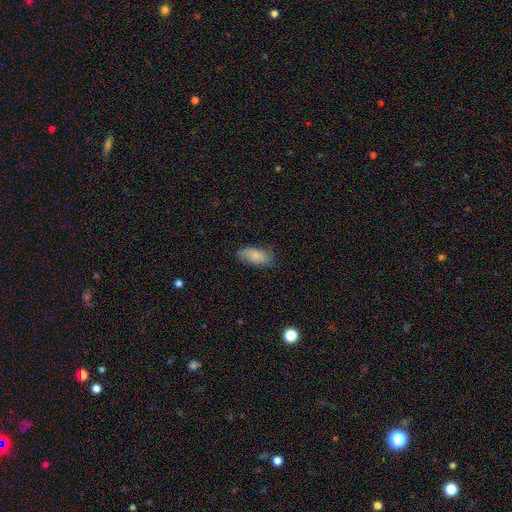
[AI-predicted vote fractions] smooth 79%, featured or disk 14%, star or artifact 7%. Down the decision tree: how rounded — in between (89%); merging — none (69%).